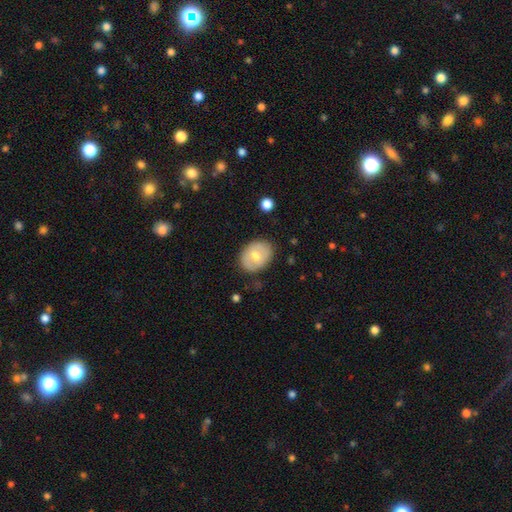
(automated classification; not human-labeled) smooth-or-featured: smooth: 57% | featured or disk: 37% | star or artifact: 7%
  how-rounded: in between: 62% | round: 37% | cigar-shaped: 1%
  merging: none: 82% | minor disturbance: 14% | major disturbance: 3% | merger: 1%